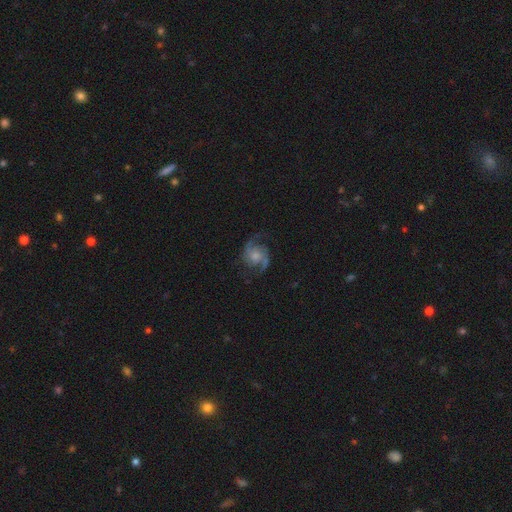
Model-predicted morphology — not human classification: A featured or disk galaxy (83%) with no bar (70%), 2 (90%) medium (52%) spiral arms (96%) and a moderate central bulge (44%). Merging: none (71%).